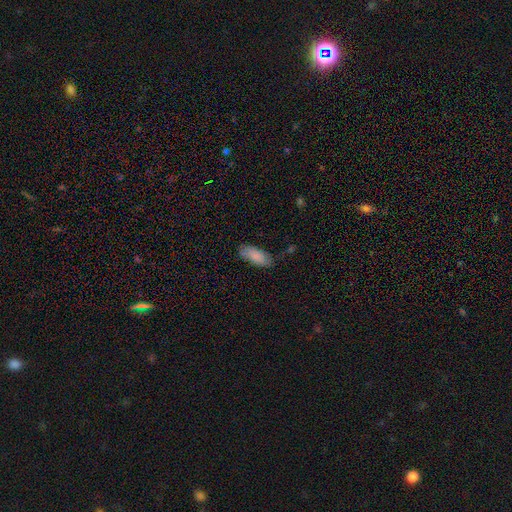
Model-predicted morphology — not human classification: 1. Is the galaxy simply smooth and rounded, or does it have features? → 85% smooth, 9% featured or disk, 6% star or artifact.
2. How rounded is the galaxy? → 84% in between, 15% cigar-shaped, 2% round.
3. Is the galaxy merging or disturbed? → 71% none, 22% minor disturbance, 5% major disturbance, 2% merger.